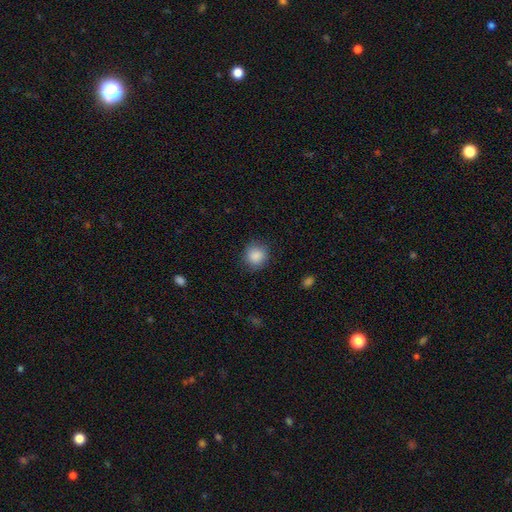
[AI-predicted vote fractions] Smooth or featured: smooth — 88% (star or artifact — 9%)
How rounded: round — 85% (in between — 14%)
Merging: none — 85% (minor disturbance — 10%)